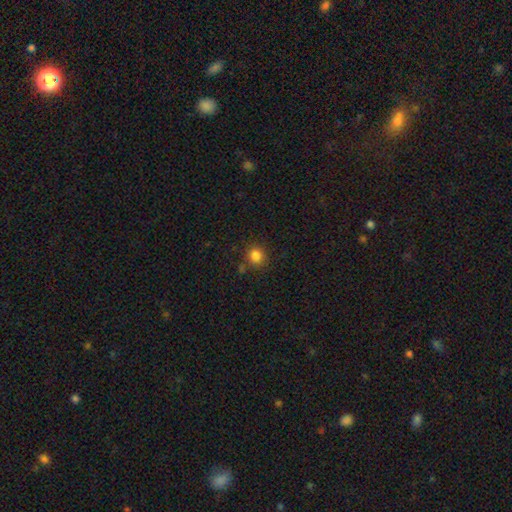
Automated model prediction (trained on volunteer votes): A smooth galaxy with no disk features (83%) that is round (88%). Merging: none (82%).